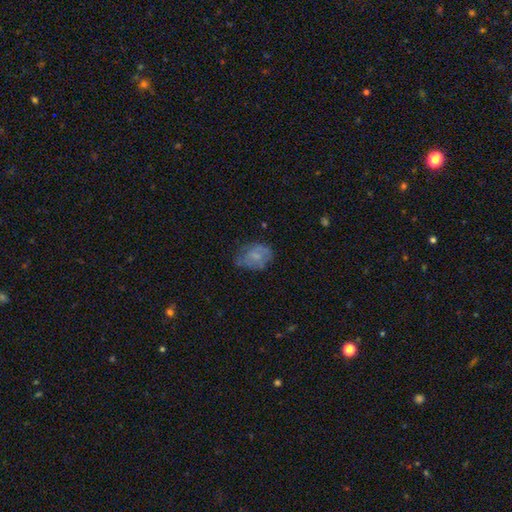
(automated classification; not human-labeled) A smooth galaxy with no disk features (59%) that is in between round and cigar-shaped (72%).

Vote fractions:
- Smooth or featured? smooth: 59% / featured or disk: 31% / star or artifact: 10%
- How rounded? in between: 72% / round: 27% / cigar-shaped: 1%
- Merging? none: 51% / minor disturbance: 33% / major disturbance: 15% / merger: 2%